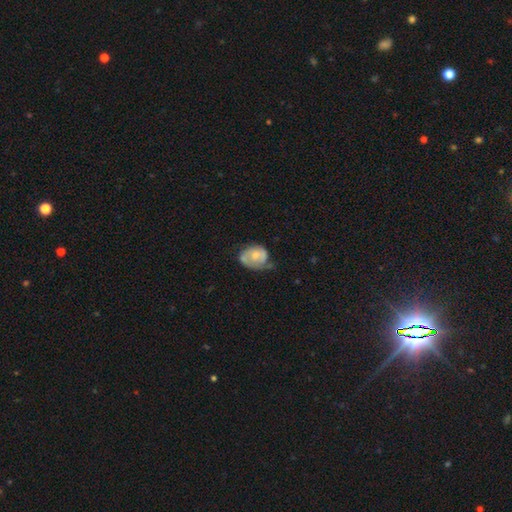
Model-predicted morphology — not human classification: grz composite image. It shows a smooth galaxy with no disk features (47%). Merging: none (39%).